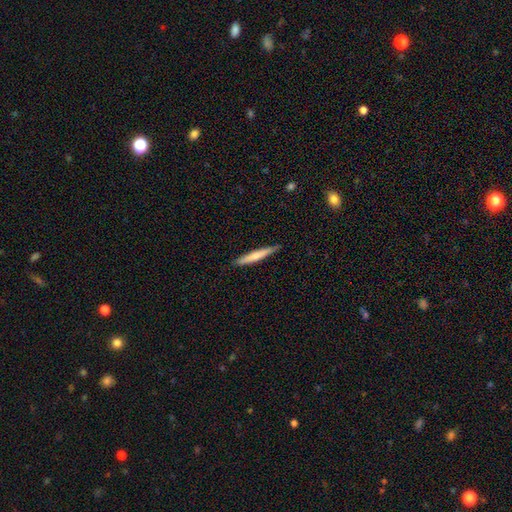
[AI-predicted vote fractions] smooth_or_featured: smooth (p=0.64) [alt: featured or disk p=0.31]
how_rounded: cigar-shaped (p=0.95) [alt: in between p=0.04]
merging: none (p=0.87) [alt: minor disturbance p=0.10]